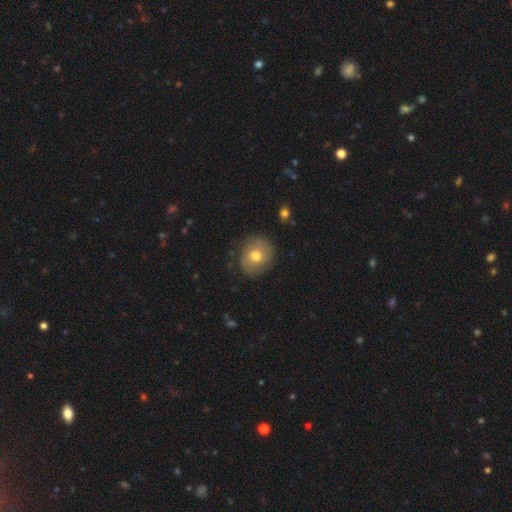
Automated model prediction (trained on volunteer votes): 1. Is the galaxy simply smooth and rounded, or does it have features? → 63% smooth, 29% featured or disk, 9% star or artifact.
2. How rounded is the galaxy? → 72% round, 27% in between, 1% cigar-shaped.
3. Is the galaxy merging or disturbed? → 80% none, 15% minor disturbance, 4% major disturbance, 1% merger.